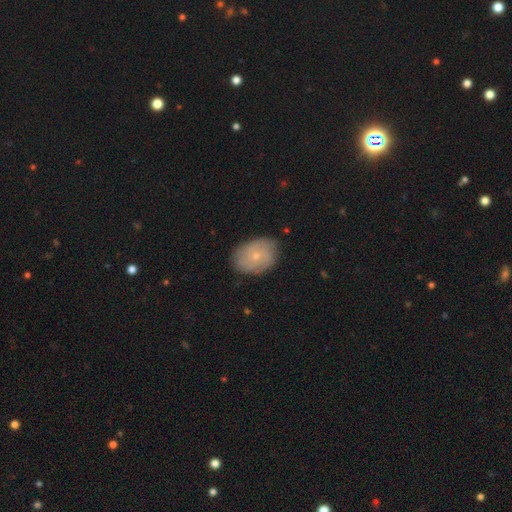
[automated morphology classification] type=smooth (46%, tied with featured or disk); merging=none (77%).